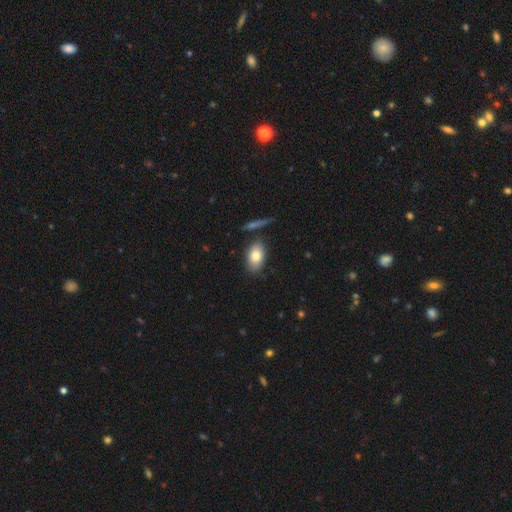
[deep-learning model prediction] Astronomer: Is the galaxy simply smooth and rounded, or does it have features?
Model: smooth — 79%.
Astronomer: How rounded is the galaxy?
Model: in between — 90%.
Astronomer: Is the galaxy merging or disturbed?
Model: none — 79%.